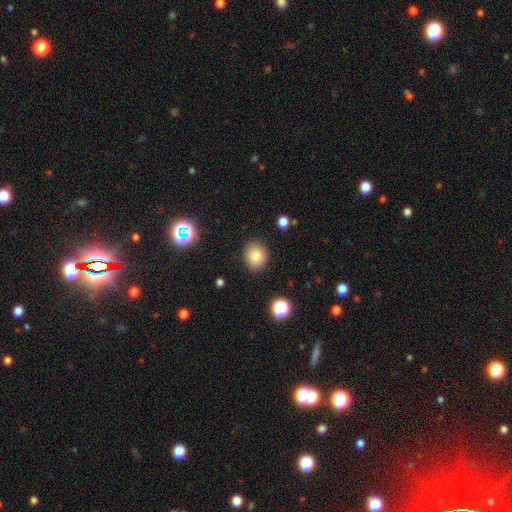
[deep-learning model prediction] Smooth or featured? Predicted: smooth (p=0.81). How rounded? Predicted: round (p=0.69). Merging? Predicted: none (p=0.87).